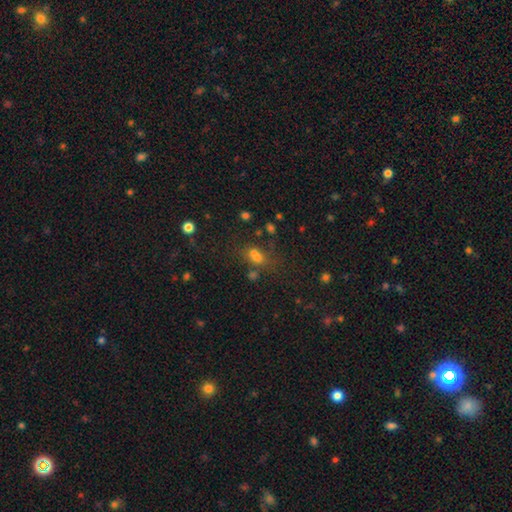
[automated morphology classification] The model was most divided on "merging": none: 49%, merger: 23%, minor disturbance: 16%, major disturbance: 12%. More confident: how rounded — in between (65%); smooth or featured — smooth (61%).